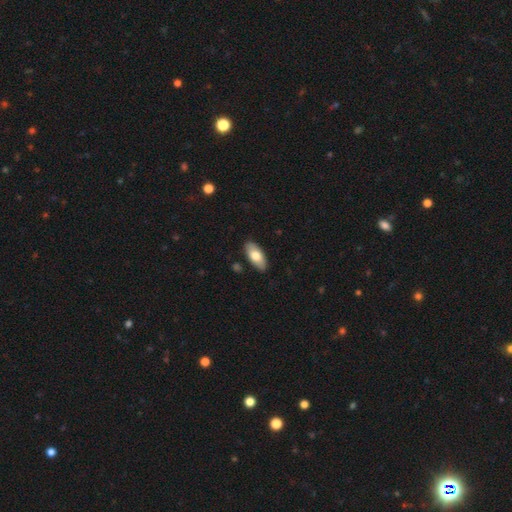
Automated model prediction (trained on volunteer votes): Smooth or featured? Predicted: smooth (p=0.75). How rounded? Predicted: in between (p=0.89). Merging? Predicted: none (p=0.88).